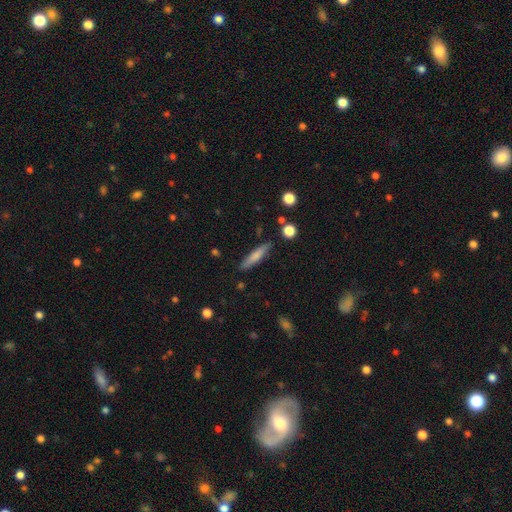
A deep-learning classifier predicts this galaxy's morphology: A smooth galaxy with no disk features (73%) that is cigar-shaped (85%).

Vote fractions:
- Smooth or featured? smooth: 73% / featured or disk: 20% / star or artifact: 6%
- How rounded? cigar-shaped: 85% / in between: 13% / round: 2%
- Merging? none: 85% / minor disturbance: 10% / major disturbance: 2% / merger: 2%